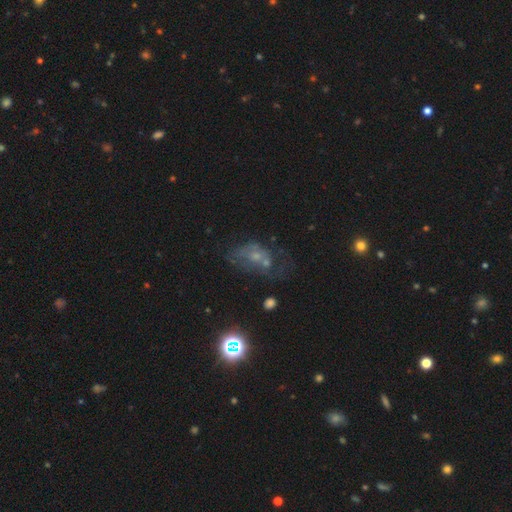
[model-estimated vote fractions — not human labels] Overall: featured or disk (44%; smooth 32%). Merging: major disturbance (31%; none 28%).